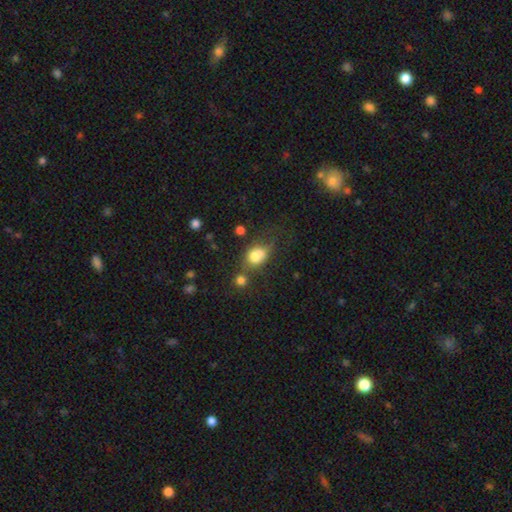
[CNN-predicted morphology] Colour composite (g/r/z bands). It shows a smooth galaxy with no disk features (77%) that is in between round and cigar-shaped (62%). Merging: none (38%).